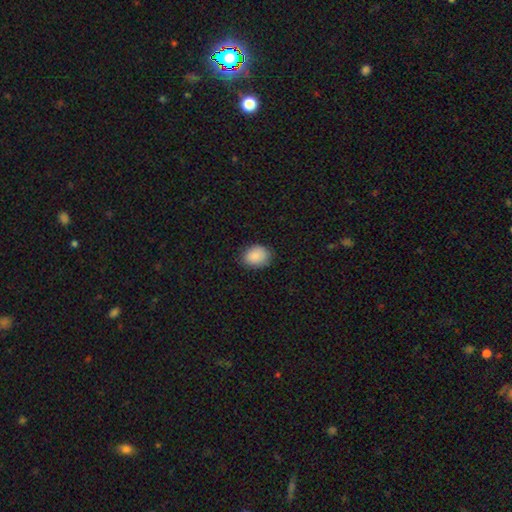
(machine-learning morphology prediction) smooth-or-featured: smooth: 89% | star or artifact: 7% | featured or disk: 4%
  how-rounded: in between: 62% | round: 38% | cigar-shaped: 1%
  merging: none: 82% | minor disturbance: 14% | major disturbance: 3% | merger: 1%